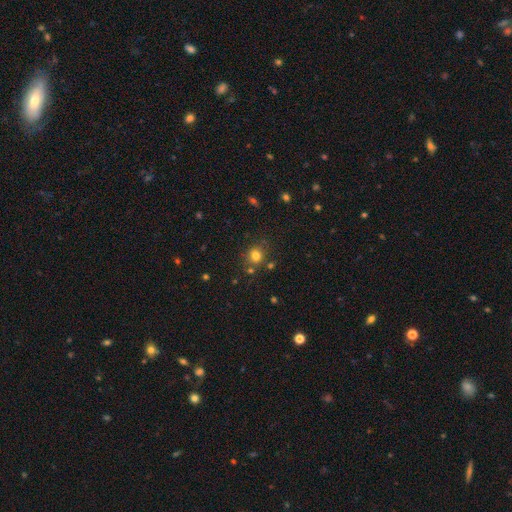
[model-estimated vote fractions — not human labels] Smooth or featured? smooth (76%)
How rounded? round (82%)
Merging? none (76%)